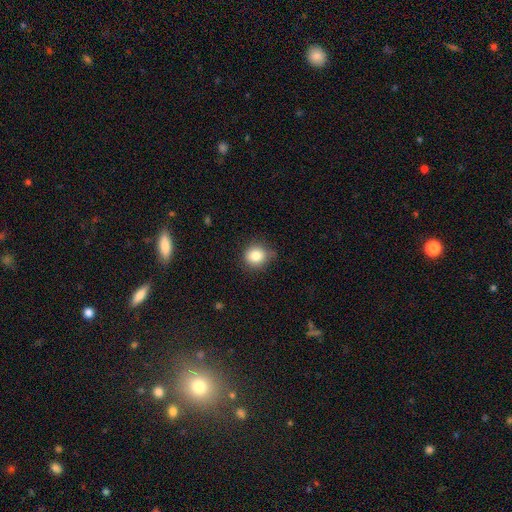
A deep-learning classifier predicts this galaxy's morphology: Smooth or featured?
  - smooth: 83% *
  - star or artifact: 10%
  - featured or disk: 7%
How rounded?
  - round: 86% *
  - in between: 13%
  - cigar-shaped: 1%
Merging?
  - none: 73% *
  - minor disturbance: 22%
  - major disturbance: 4%
  - merger: 1%